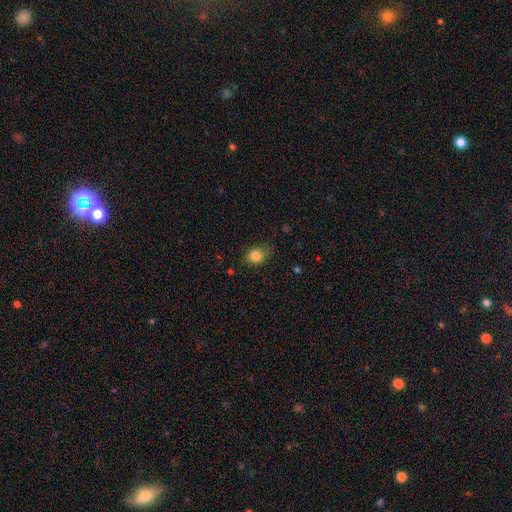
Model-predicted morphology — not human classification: Smooth or featured?
  - smooth: 84% *
  - star or artifact: 10%
  - featured or disk: 6%
How rounded?
  - round: 55% *
  - in between: 44%
  - cigar-shaped: 1%
Merging?
  - none: 73% *
  - minor disturbance: 21%
  - major disturbance: 5%
  - merger: 1%